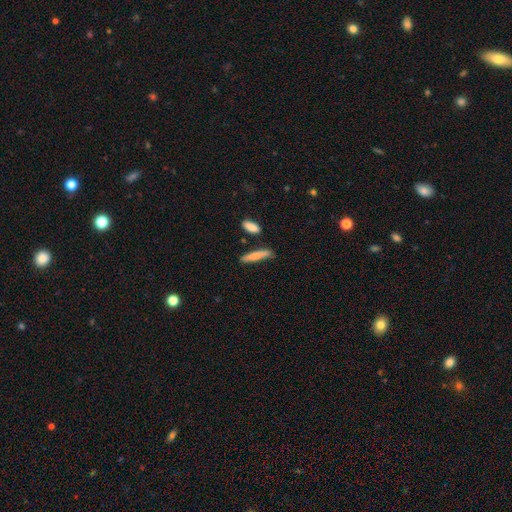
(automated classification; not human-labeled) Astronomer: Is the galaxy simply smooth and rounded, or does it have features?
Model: smooth — 76%.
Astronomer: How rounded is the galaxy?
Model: cigar-shaped — 87%.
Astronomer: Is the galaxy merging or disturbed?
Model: none — 75%.